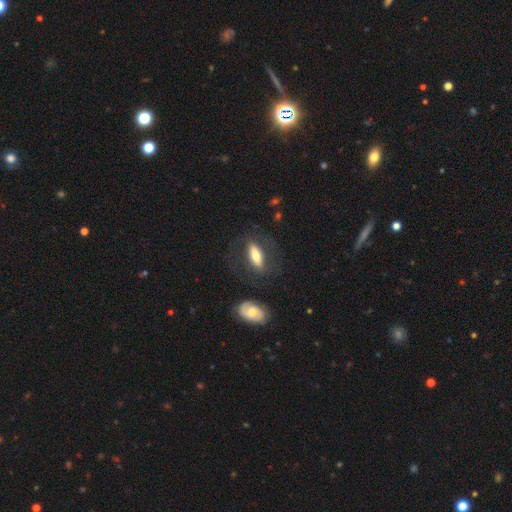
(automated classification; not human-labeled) Smooth or featured: smooth — 55% (featured or disk — 39%)
How rounded: in between — 64% (cigar-shaped — 33%)
Merging: none — 66% (minor disturbance — 15%)